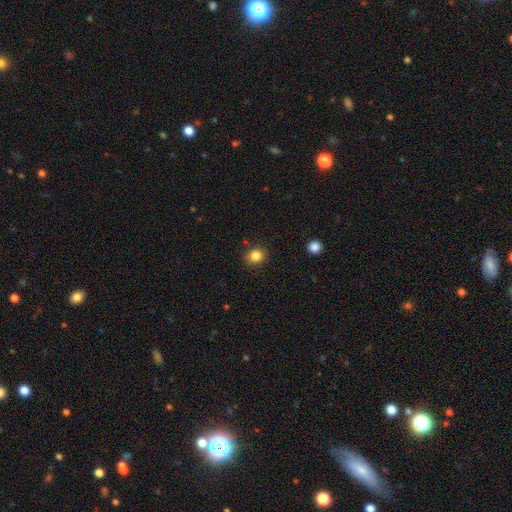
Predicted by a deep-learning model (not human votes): Morphology: type=smooth (84%); roundness=round (75%); merging=none (87%).